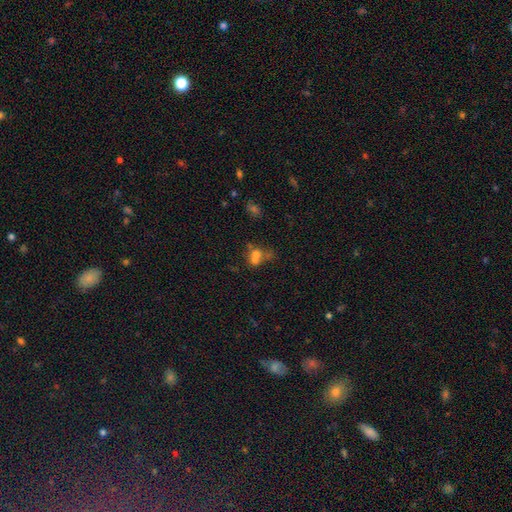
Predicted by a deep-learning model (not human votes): Smooth or featured? smooth (61%)
How rounded? round (62%)
Merging? merger (60%)